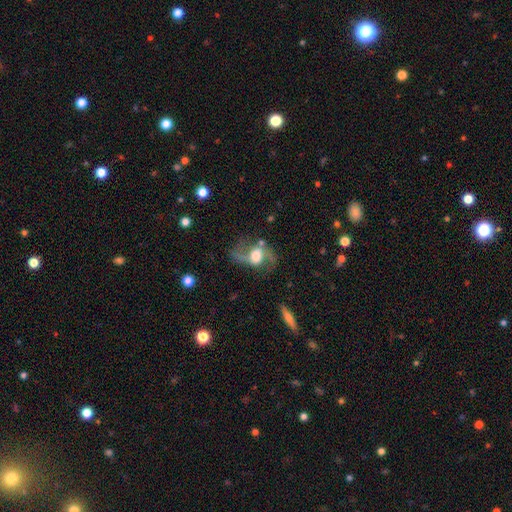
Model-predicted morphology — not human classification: A featured or disk galaxy (82%) with no bar (43%), 2 (92%) loose (67%) spiral arms (93%) and a moderate central bulge (46%).

Vote fractions:
- Smooth or featured? featured or disk: 82% / smooth: 12% / star or artifact: 6%
- Edge-on disk? no: 96% / yes: 4%
- Bar? no: 43% / weak: 40% / strong: 16%
- Spiral arms? yes: 93% / no: 7%
- Spiral winding? loose: 67% / medium: 28% / tight: 5%
- Spiral arm count? 2: 92% / 1: 3% / can't tell: 2% / 3: 1% / 4: 1% / more than 4: 1%
- Bulge size? moderate: 46% / large: 34% / small: 12% / dominant: 4% / none: 3%
- Merging? none: 64% / minor disturbance: 16% / major disturbance: 15% / merger: 4%